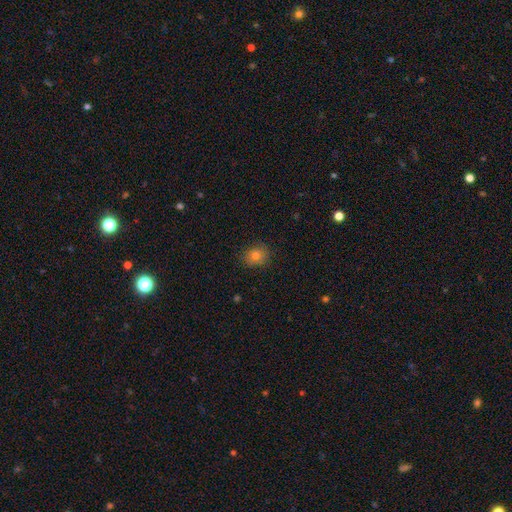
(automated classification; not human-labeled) Smooth or featured: smooth — 77% (star or artifact — 13%)
How rounded: round — 70% (in between — 29%)
Merging: none — 85% (minor disturbance — 11%)